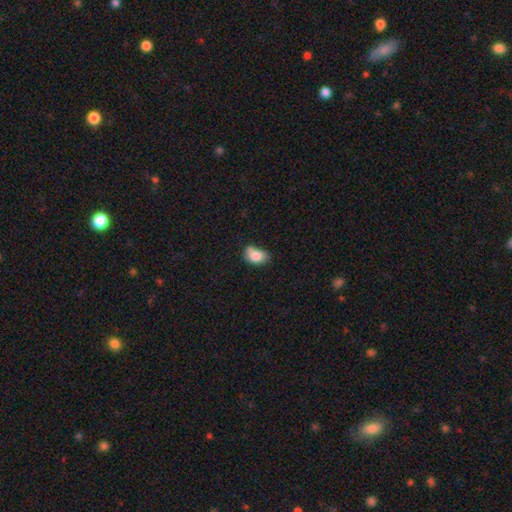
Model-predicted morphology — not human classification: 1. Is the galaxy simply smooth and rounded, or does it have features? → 80% smooth, 11% featured or disk, 9% star or artifact.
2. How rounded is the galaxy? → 76% in between, 23% round, 1% cigar-shaped.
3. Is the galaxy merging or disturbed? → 44% none, 31% minor disturbance, 17% merger, 9% major disturbance.